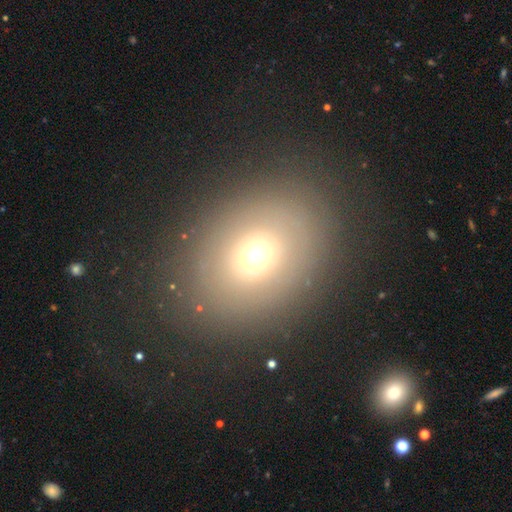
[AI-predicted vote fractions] Smooth or featured?
  - smooth: 59% *
  - featured or disk: 26%
  - star or artifact: 15%
How rounded?
  - in between: 54% *
  - round: 45%
  - cigar-shaped: 1%
Merging?
  - none: 83% *
  - minor disturbance: 10%
  - major disturbance: 6%
  - merger: 2%